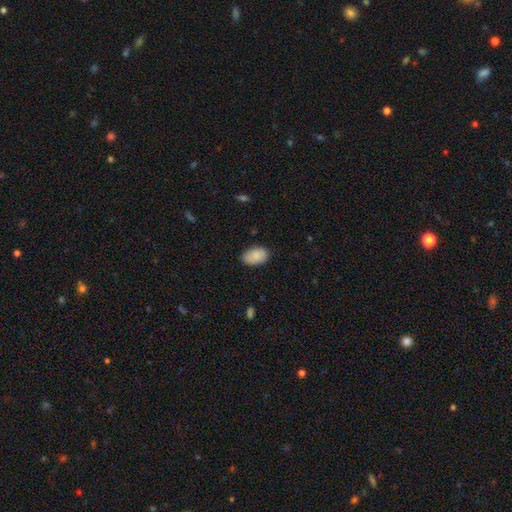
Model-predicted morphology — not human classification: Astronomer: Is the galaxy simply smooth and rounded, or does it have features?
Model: smooth — 89%.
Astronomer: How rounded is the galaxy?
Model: in between — 92%.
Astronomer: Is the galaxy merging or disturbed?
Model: none — 81%.